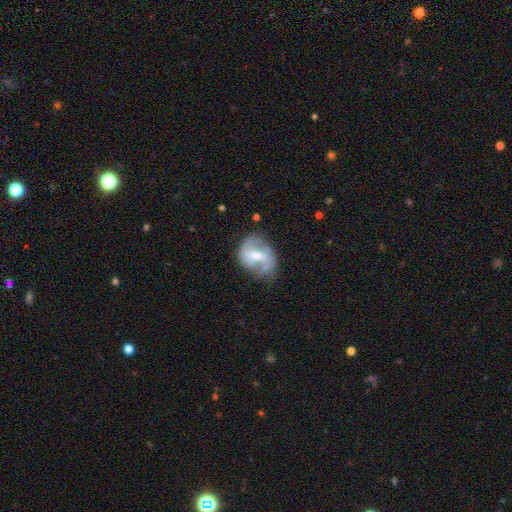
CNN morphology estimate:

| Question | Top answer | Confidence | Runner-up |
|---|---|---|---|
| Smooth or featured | featured or disk | 77% | smooth (16%) |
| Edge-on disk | no | 97% | yes (3%) |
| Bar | weak | 51% | strong (25%) |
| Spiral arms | yes | 90% | no (10%) |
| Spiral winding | loose | 46% | medium (41%) |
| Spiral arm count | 2 | 79% | 1 (8%) |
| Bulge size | moderate | 52% | small (42%) |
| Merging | none | 62% | minor disturbance (24%) |